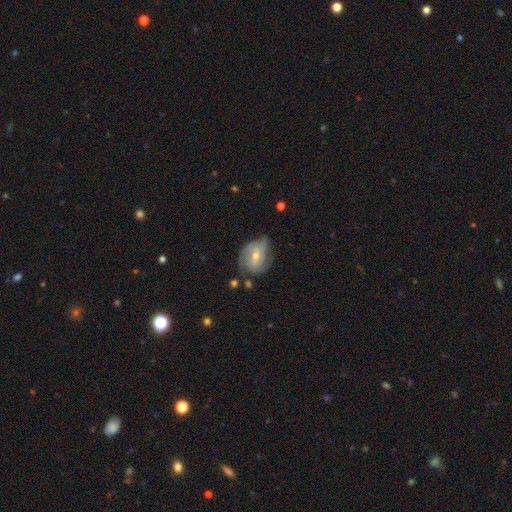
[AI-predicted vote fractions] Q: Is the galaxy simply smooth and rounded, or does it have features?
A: featured or disk — 58%.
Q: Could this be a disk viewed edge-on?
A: no — 95%.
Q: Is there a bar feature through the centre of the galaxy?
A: no — 50%.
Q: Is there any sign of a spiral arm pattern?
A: yes — 74%.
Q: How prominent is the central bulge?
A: moderate — 51%.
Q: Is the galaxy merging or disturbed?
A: none — 57%.